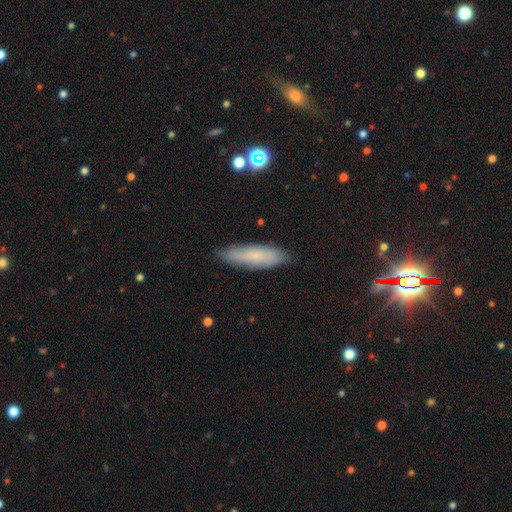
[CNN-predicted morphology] smooth 71%, featured or disk 20%, star or artifact 9%. Down the decision tree: how rounded — cigar-shaped (65%); merging — none (83%).